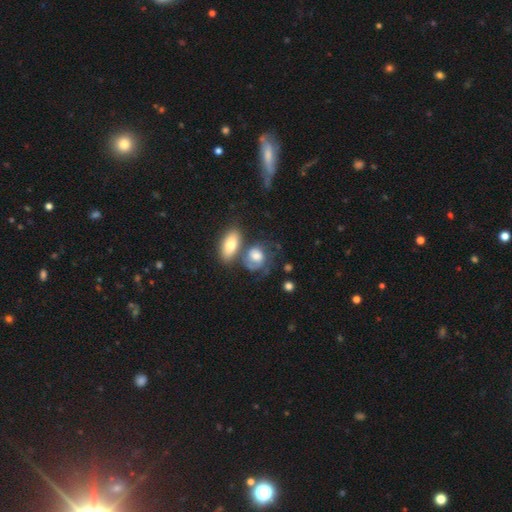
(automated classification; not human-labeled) smooth-or-featured: smooth: 48% | featured or disk: 43% | star or artifact: 9%
  merging: none: 41% | merger: 29% | minor disturbance: 18% | major disturbance: 12%